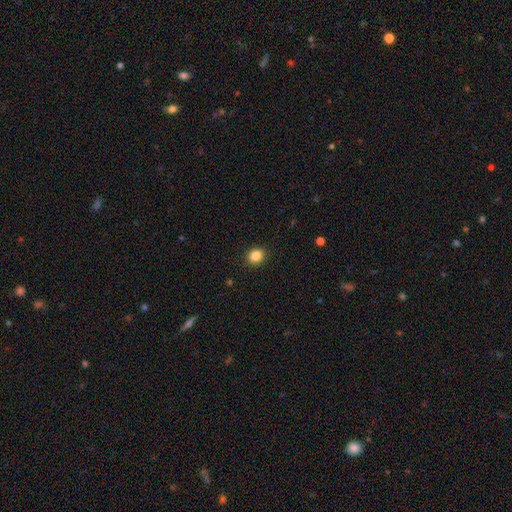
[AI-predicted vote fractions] smooth_or_featured: smooth (p=0.86) [alt: star or artifact p=0.10]
how_rounded: round (p=0.68) [alt: in between p=0.31]
merging: none (p=0.91) [alt: minor disturbance p=0.07]